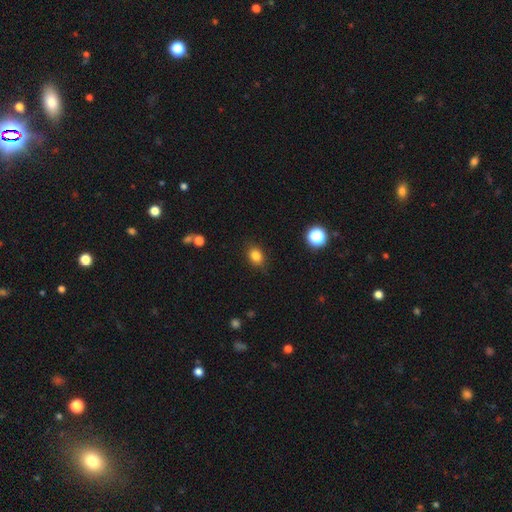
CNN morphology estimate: type=smooth (83%); roundness=in between (58%); merging=none (85%).